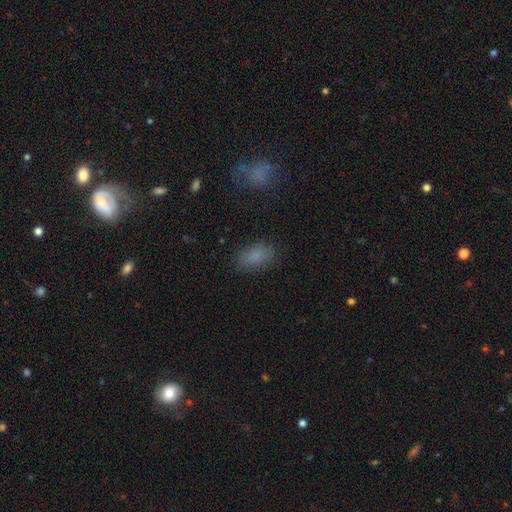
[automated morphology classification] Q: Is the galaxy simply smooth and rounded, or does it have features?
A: smooth — 84%.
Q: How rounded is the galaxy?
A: in between — 91%.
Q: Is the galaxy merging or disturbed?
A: none — 84%.